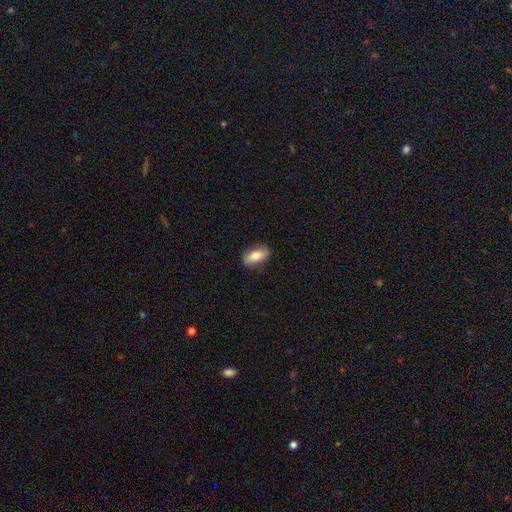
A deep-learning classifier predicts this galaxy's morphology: This appears to be a smooth galaxy with no disk features (75%) that is in between round and cigar-shaped (86%). Merging: none (83%).